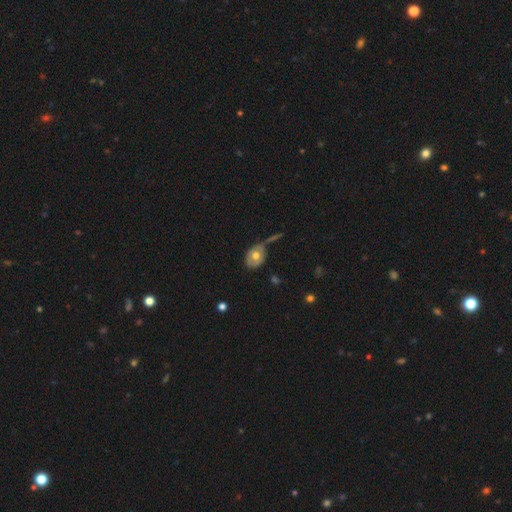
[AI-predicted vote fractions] smooth-or-featured: smooth: 58% | featured or disk: 34% | star or artifact: 7%
  how-rounded: in between: 65% | round: 33% | cigar-shaped: 2%
  merging: none: 53% | minor disturbance: 22% | merger: 15% | major disturbance: 10%